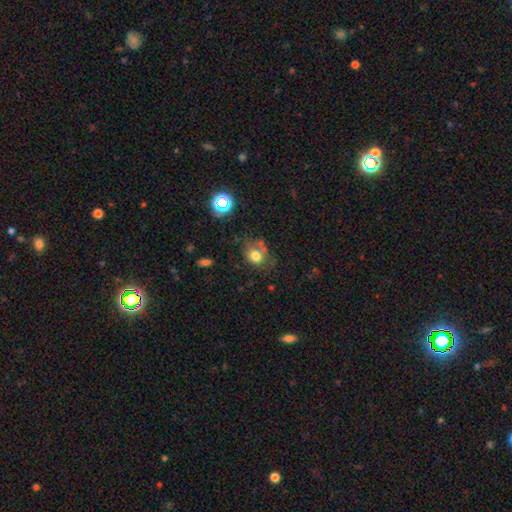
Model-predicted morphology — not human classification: type=smooth (73%); roundness=round (61%); merging=none (55%).